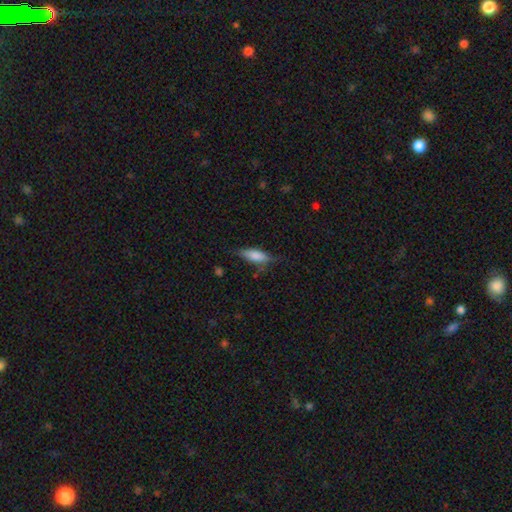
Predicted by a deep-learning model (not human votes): Overall: smooth (73%). How rounded: in between (56%; cigar-shaped 42%). Merging: none (67%).